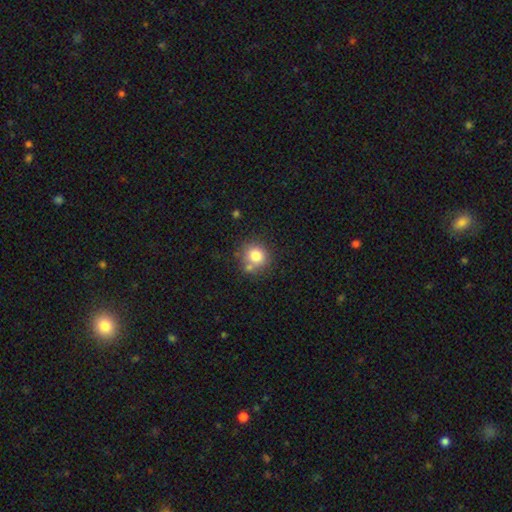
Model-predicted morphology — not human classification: Overall: smooth (79%). How rounded: round (84%). Merging: none (64%).